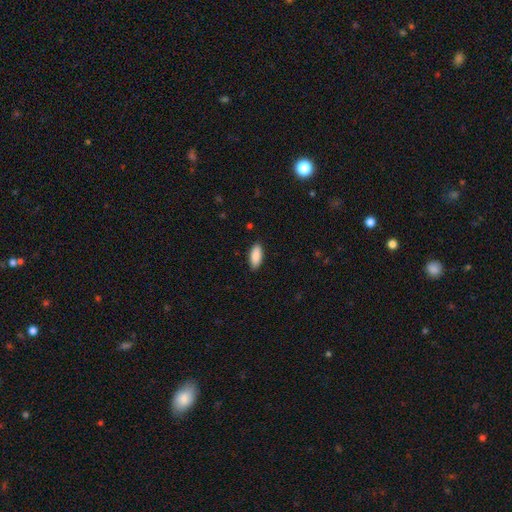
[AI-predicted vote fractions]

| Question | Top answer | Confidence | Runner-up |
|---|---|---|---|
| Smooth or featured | smooth | 90% | star or artifact (6%) |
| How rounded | in between | 86% | cigar-shaped (13%) |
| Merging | none | 88% | minor disturbance (9%) |